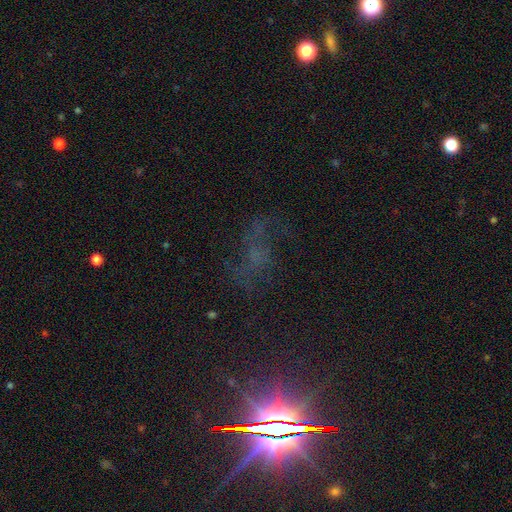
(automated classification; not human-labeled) Overall: star or artifact (50%; featured or disk 31%).